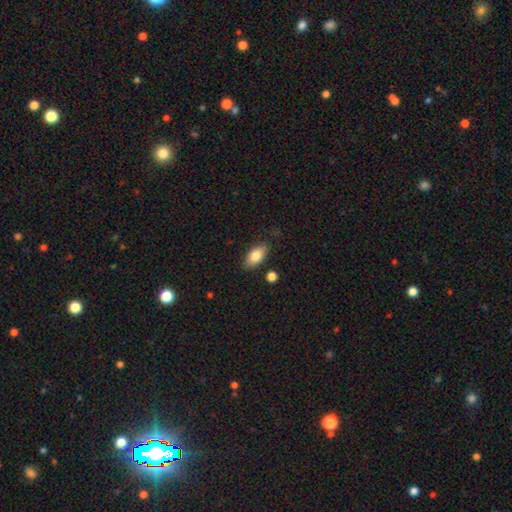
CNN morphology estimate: This is clearly a smooth galaxy (82%). How rounded: clearly in between (91%). Merging: clearly none (82%).